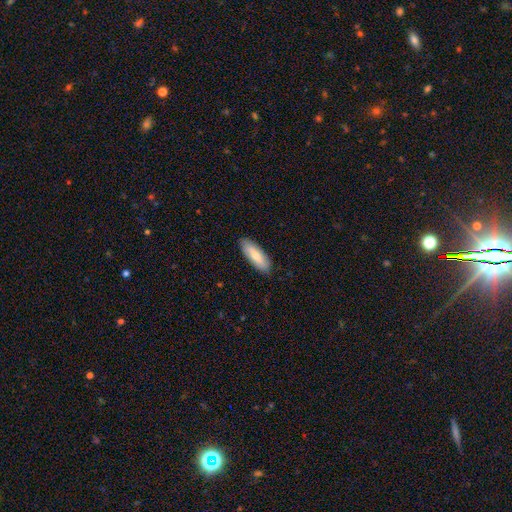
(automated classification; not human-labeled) Overall: smooth (74%). How rounded: in between (68%; cigar-shaped 30%). Merging: none (88%).